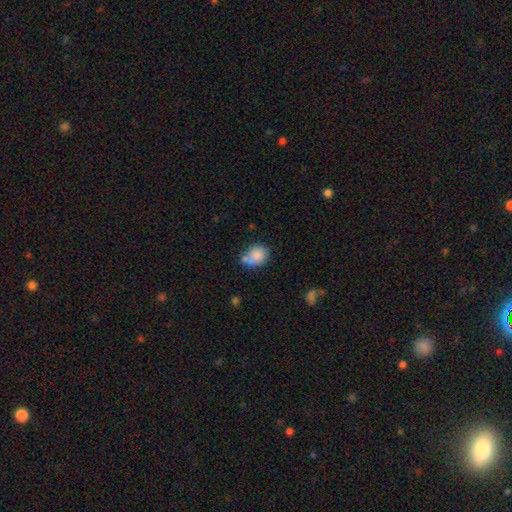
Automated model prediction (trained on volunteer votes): smooth-or-featured: smooth: 81% | featured or disk: 10% | star or artifact: 9%
  how-rounded: in between: 51% | round: 48% | cigar-shaped: 1%
  merging: none: 46% | merger: 25% | minor disturbance: 22% | major disturbance: 7%